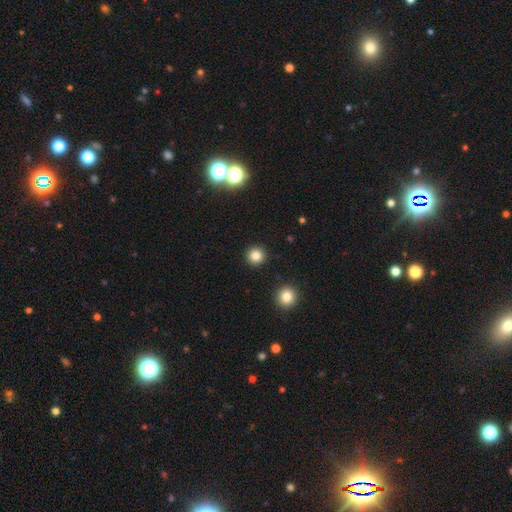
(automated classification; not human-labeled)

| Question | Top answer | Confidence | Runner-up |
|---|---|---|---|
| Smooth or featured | smooth | 82% | star or artifact (13%) |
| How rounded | round | 95% | in between (4%) |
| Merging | none | 92% | minor disturbance (5%) |